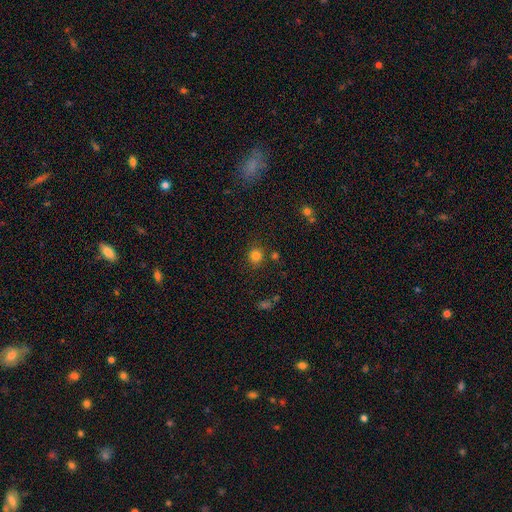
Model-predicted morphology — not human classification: A smooth galaxy with no disk features (81%) that is round (87%).

Vote fractions:
- Smooth or featured? smooth: 81% / star or artifact: 14% / featured or disk: 5%
- How rounded? round: 87% / in between: 12% / cigar-shaped: 1%
- Merging? none: 82% / minor disturbance: 9% / merger: 5% / major disturbance: 3%